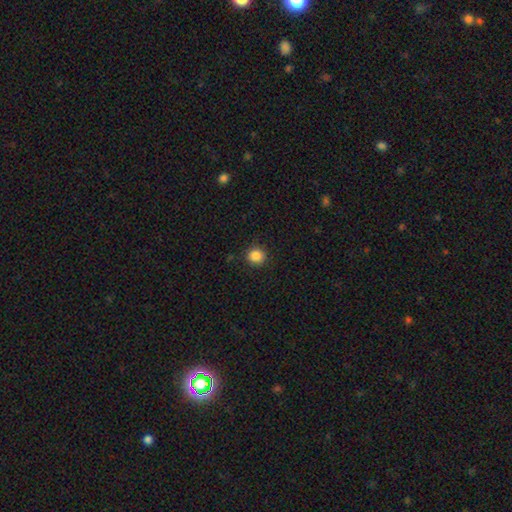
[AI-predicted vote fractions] Smooth or featured: smooth — 86% (star or artifact — 10%)
How rounded: round — 91% (in between — 8%)
Merging: none — 90% (minor disturbance — 7%)